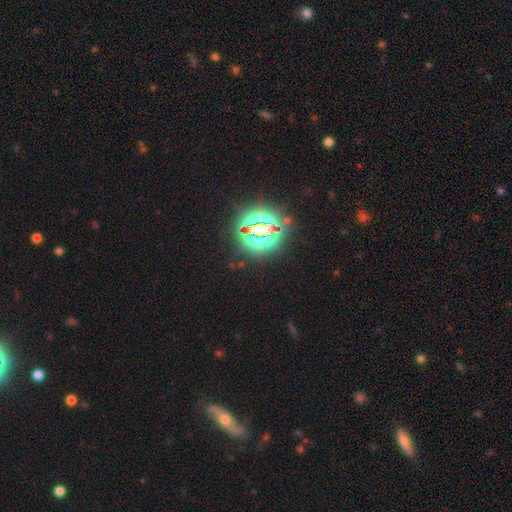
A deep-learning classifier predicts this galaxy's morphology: smooth-or-featured: star or artifact: 80% | smooth: 12% | featured or disk: 8%